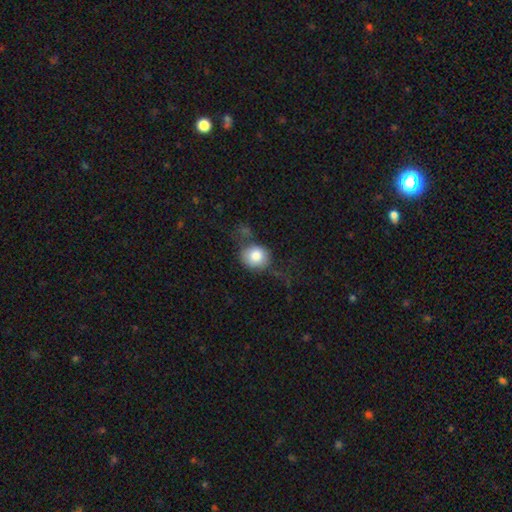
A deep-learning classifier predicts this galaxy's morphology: A smooth galaxy with no disk features (78%) that is round (78%).

Vote fractions:
- Smooth or featured? smooth: 78% / featured or disk: 13% / star or artifact: 8%
- How rounded? round: 78% / in between: 20% / cigar-shaped: 1%
- Merging? none: 50% / minor disturbance: 25% / major disturbance: 18% / merger: 7%